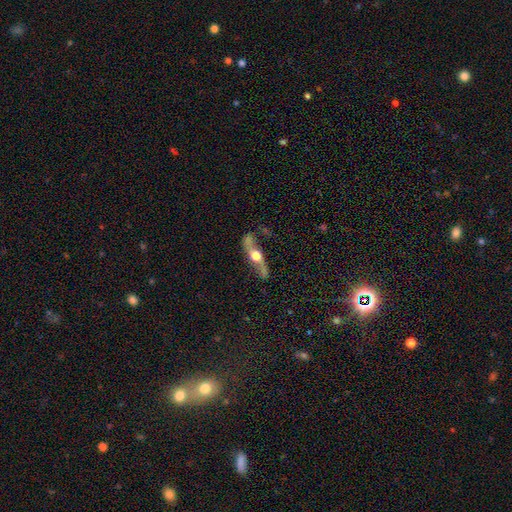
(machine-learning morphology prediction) A featured or disk galaxy (73%) viewed edge-on (61%). Merging: none (70%).